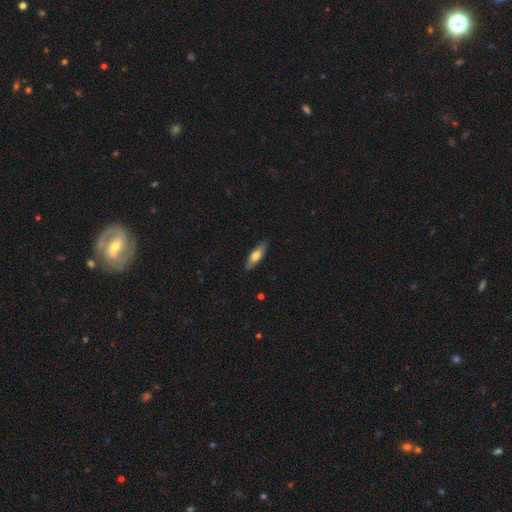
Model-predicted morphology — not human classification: smooth-or-featured: smooth: 68% | featured or disk: 26% | star or artifact: 6%
  how-rounded: cigar-shaped: 52% | in between: 46% | round: 2%
  merging: none: 87% | minor disturbance: 10% | major disturbance: 2% | merger: 1%